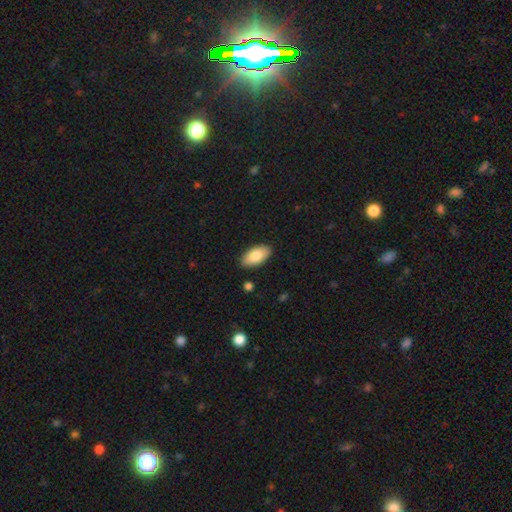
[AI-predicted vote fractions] Q: Smooth or featured?
A: smooth (82%); runner-up: featured or disk (12%)
Q: How rounded?
A: in between (94%); runner-up: cigar-shaped (4%)
Q: Merging?
A: none (88%); runner-up: minor disturbance (9%)